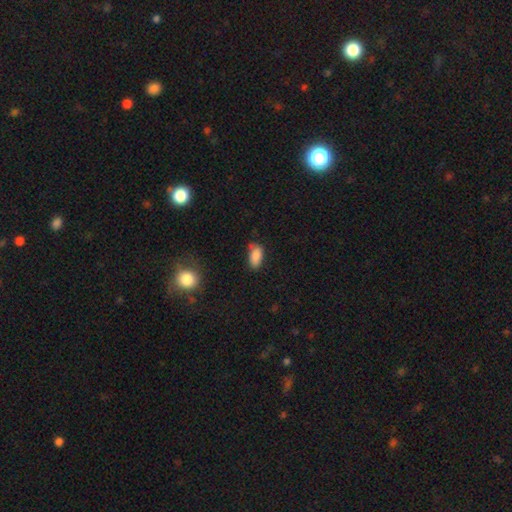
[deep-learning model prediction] Q: Smooth or featured?
A: smooth (85%); runner-up: star or artifact (9%)
Q: How rounded?
A: in between (90%); runner-up: cigar-shaped (6%)
Q: Merging?
A: none (61%); runner-up: minor disturbance (29%)